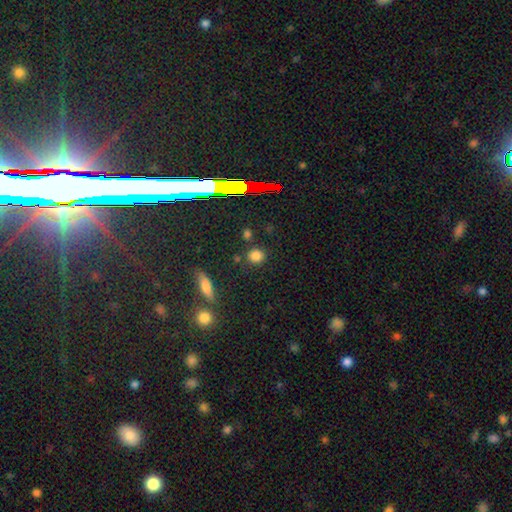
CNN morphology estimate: Q: Smooth or featured?
A: smooth (80%); runner-up: star or artifact (15%)
Q: How rounded?
A: round (84%); runner-up: in between (14%)
Q: Merging?
A: none (84%); runner-up: minor disturbance (8%)